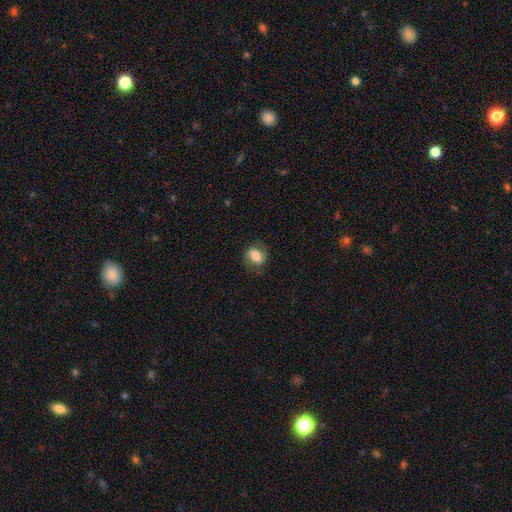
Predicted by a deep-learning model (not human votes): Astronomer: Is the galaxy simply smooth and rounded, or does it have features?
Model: smooth — 54% (runner-up: featured or disk, 37%).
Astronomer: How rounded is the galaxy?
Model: in between — 67%.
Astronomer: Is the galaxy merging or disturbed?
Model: none — 71%.